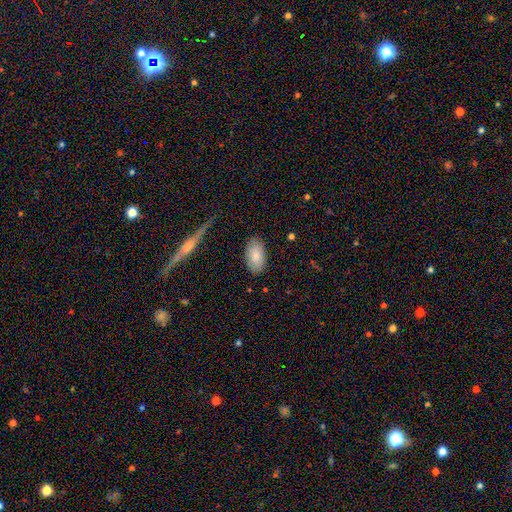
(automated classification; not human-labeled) Smooth or featured?
  - smooth: 83% *
  - featured or disk: 11%
  - star or artifact: 6%
How rounded?
  - in between: 95% *
  - round: 3%
  - cigar-shaped: 2%
Merging?
  - none: 84% *
  - minor disturbance: 12%
  - major disturbance: 3%
  - merger: 1%